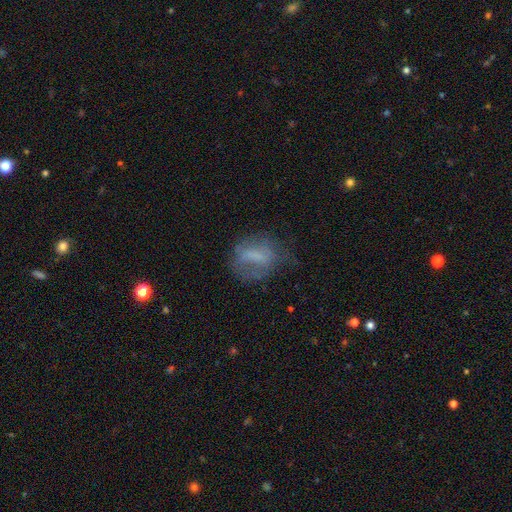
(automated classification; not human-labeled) The model was most divided on "smooth or featured": smooth: 53%, featured or disk: 35%, star or artifact: 12%. Remaining: how rounded — in between (59%); merging — none (48%).